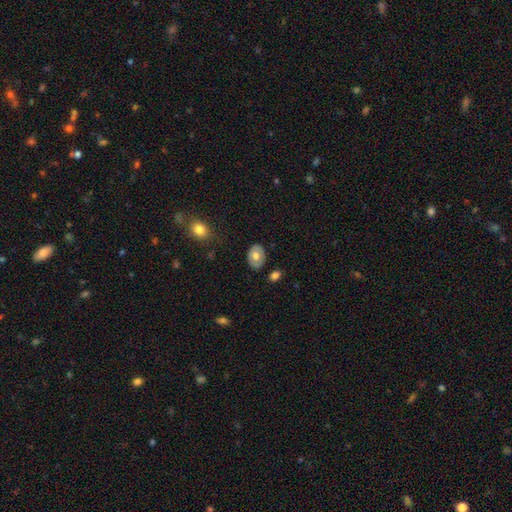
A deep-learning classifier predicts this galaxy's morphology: This appears to be a smooth galaxy with no disk features (59%) that is in between round and cigar-shaped (72%). Merging: none (83%).